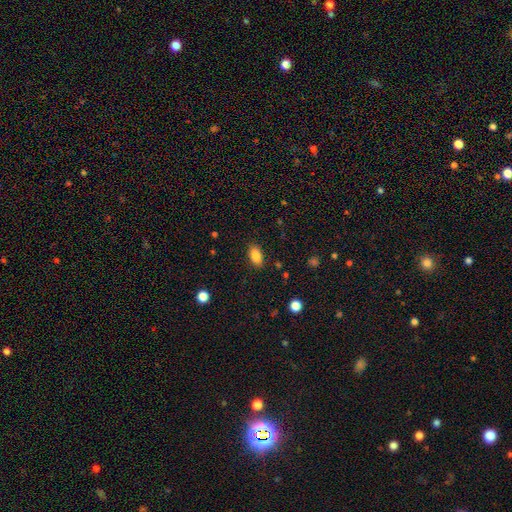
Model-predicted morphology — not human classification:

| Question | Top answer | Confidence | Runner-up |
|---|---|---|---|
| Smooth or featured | smooth | 85% | star or artifact (9%) |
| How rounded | in between | 91% | round (7%) |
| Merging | none | 86% | minor disturbance (10%) |